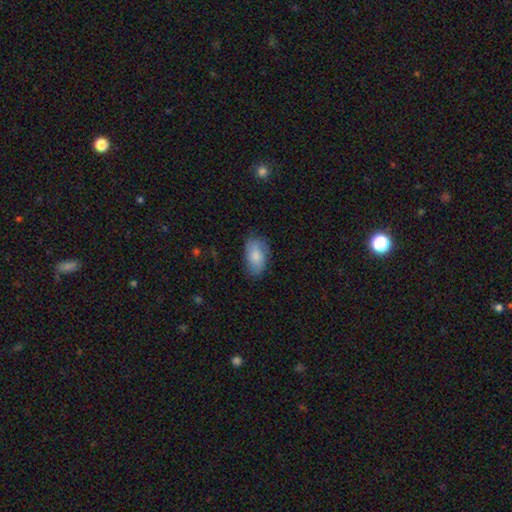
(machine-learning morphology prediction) Q: Smooth or featured?
A: smooth (73%); runner-up: featured or disk (20%)
Q: How rounded?
A: in between (92%); runner-up: round (6%)
Q: Merging?
A: none (68%); runner-up: minor disturbance (24%)